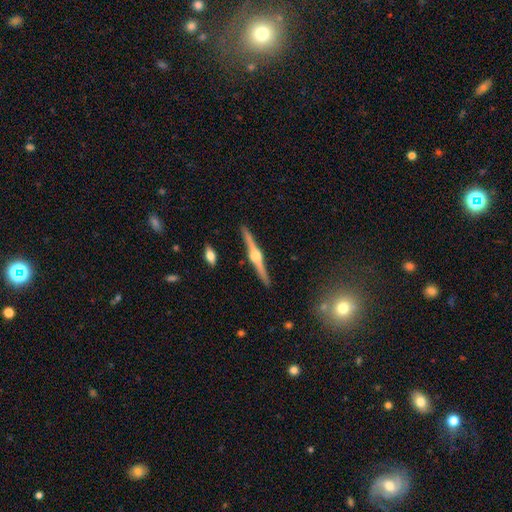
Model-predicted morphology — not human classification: Smooth or featured? Predicted: featured or disk (p=0.84). Edge-on disk? Predicted: yes (p=0.98). Edge-on bulge? Predicted: rounded (p=0.94). Merging? Predicted: none (p=0.90).